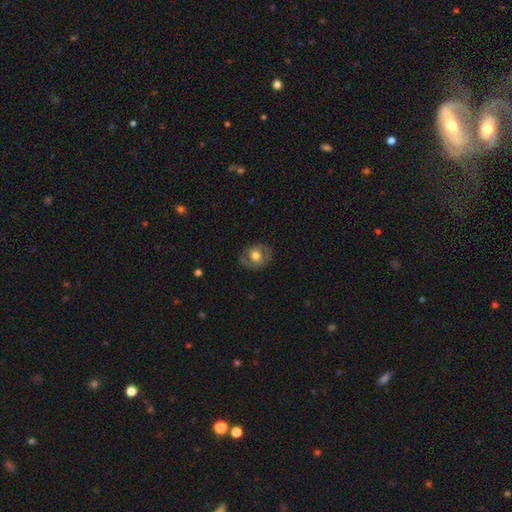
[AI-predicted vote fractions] smooth_or_featured: smooth (p=0.54) [alt: featured or disk p=0.39]
how_rounded: round (p=0.62) [alt: in between p=0.37]
merging: none (p=0.80) [alt: minor disturbance p=0.14]